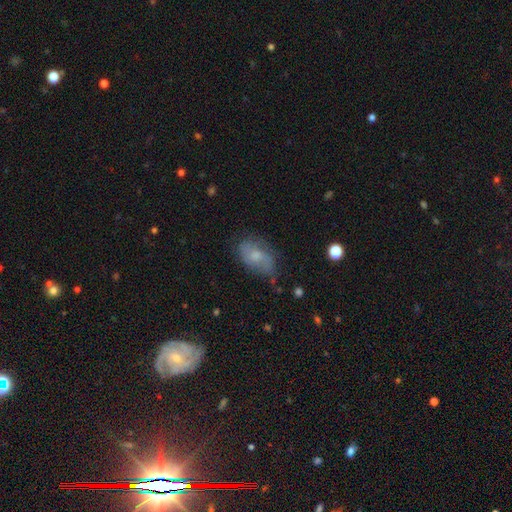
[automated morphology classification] Overall: smooth (49%; featured or disk 41%). Merging: none (62%; minor disturbance 26%).